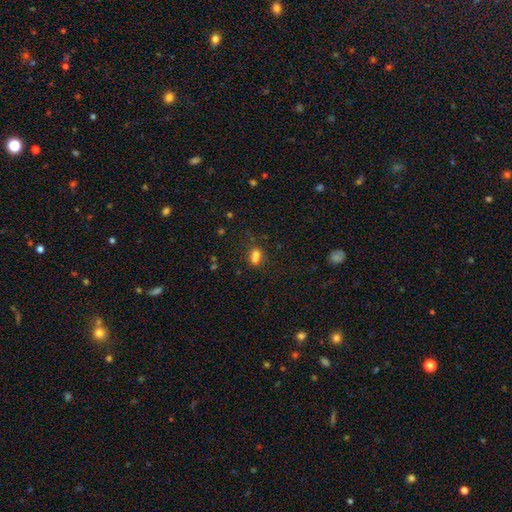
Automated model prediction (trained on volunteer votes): Overall: smooth (69%). How rounded: round (54%; in between 44%). Merging: merger (54%; none 32%).